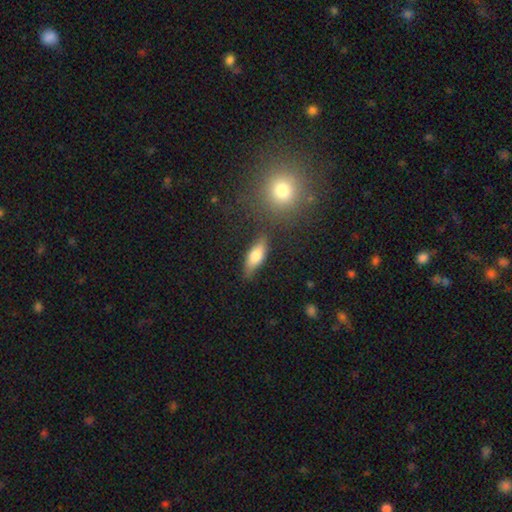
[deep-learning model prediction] Overall: smooth (67%). How rounded: in between (65%; cigar-shaped 32%). Merging: none (73%).